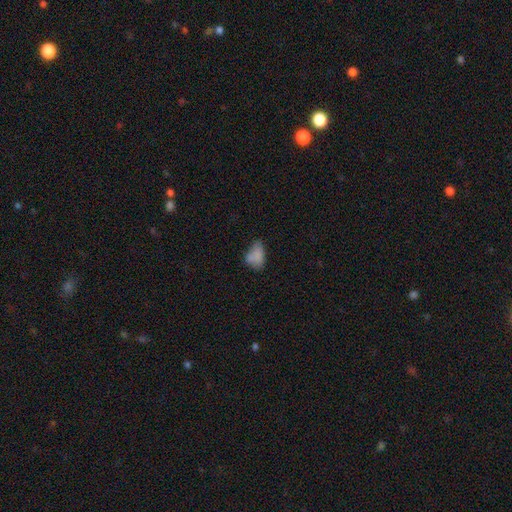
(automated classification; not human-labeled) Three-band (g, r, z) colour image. It shows a smooth galaxy with no disk features (76%) that is in between round and cigar-shaped (85%). Merging: none (37%).